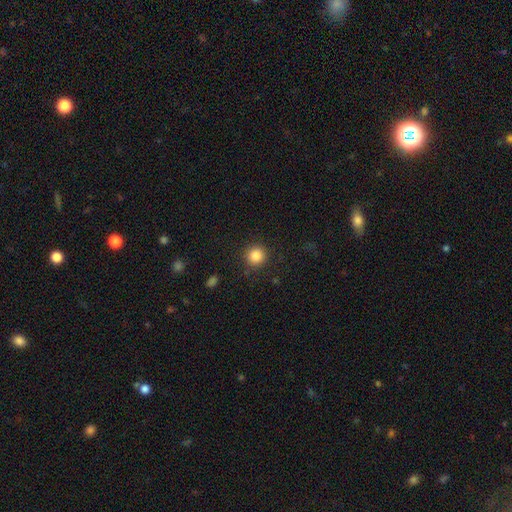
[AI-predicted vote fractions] Overall: smooth (85%). How rounded: round (93%). Merging: none (89%).